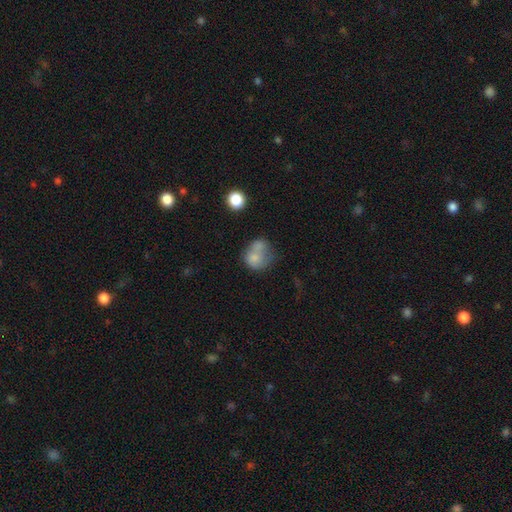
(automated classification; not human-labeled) Q: Smooth or featured?
A: smooth (72%); runner-up: featured or disk (18%)
Q: How rounded?
A: round (66%); runner-up: in between (33%)
Q: Merging?
A: merger (46%); runner-up: none (27%)